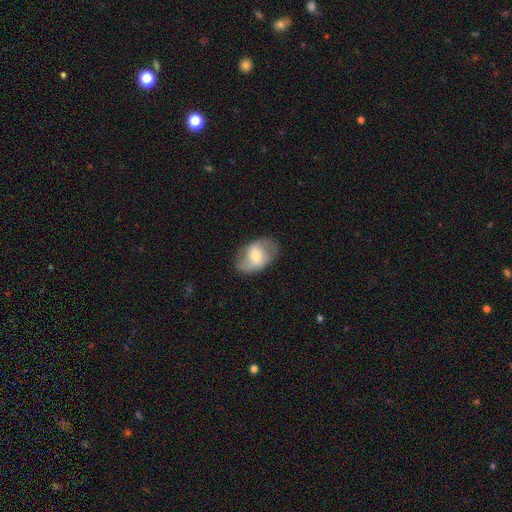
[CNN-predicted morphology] This appears to be a featured or disk galaxy (49%). Merging: none (77%).